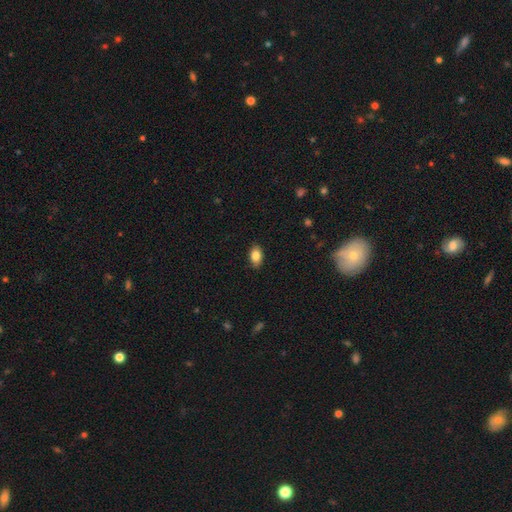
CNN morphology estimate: smooth 84%, star or artifact 8%, featured or disk 8%. Down the decision tree: how rounded — in between (88%); merging — none (88%).